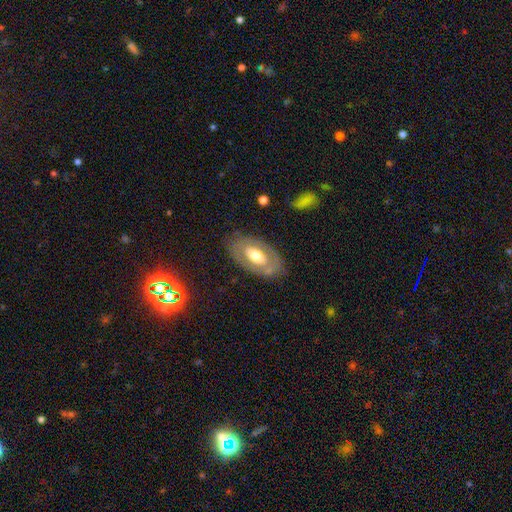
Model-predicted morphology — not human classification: This appears to be a featured or disk galaxy (50%). Merging: none (77%).